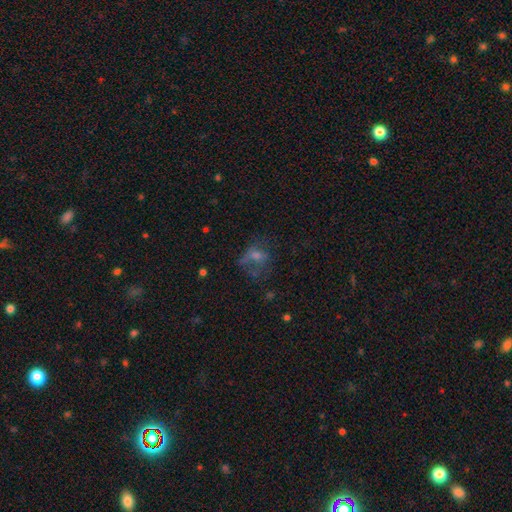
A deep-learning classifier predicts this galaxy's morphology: Q: Smooth or featured?
A: smooth (39%); runner-up: featured or disk (36%)
Q: Merging?
A: none (40%); runner-up: major disturbance (36%)